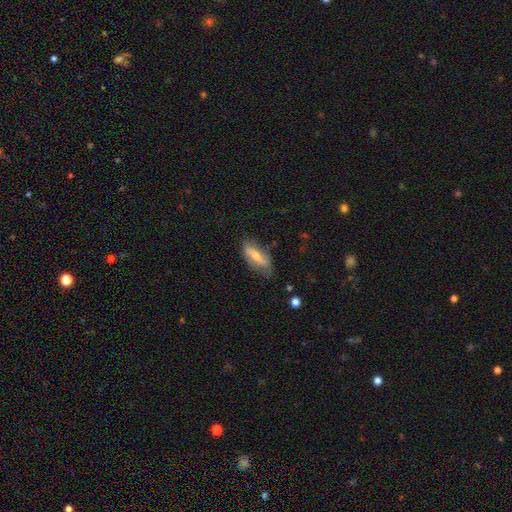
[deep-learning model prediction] Morphology: type=featured or disk (54%); edge-on=no (66%); merging=none (67%).